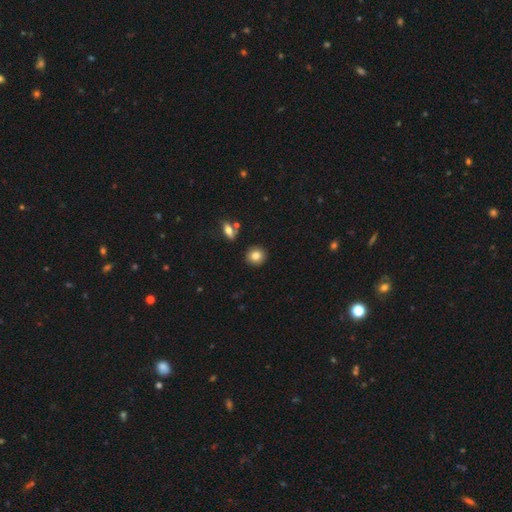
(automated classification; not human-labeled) smooth 83%, star or artifact 9%, featured or disk 8%. Down the decision tree: how rounded — round (88%); merging — none (90%).